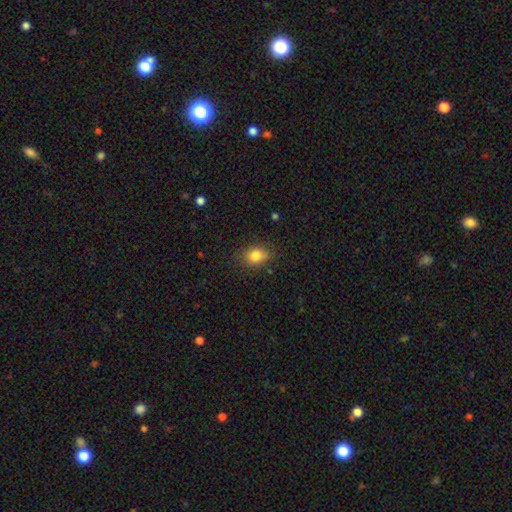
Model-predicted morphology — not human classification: Overall: smooth (82%). How rounded: in between (56%; round 43%). Merging: none (80%).